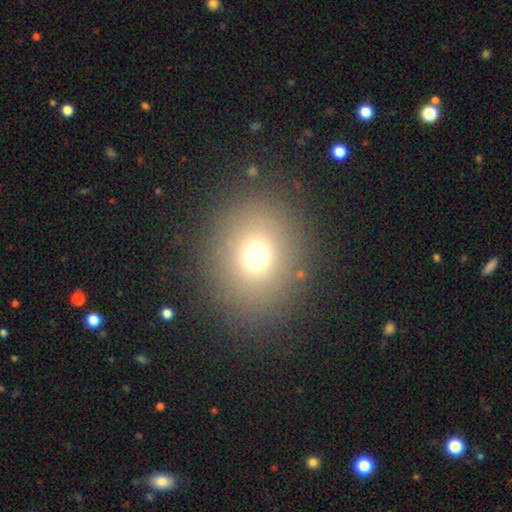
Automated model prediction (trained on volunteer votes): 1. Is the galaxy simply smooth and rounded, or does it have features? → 69% smooth, 19% star or artifact, 12% featured or disk.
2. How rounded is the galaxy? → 72% round, 27% in between, 1% cigar-shaped.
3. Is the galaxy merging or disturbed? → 85% none, 8% minor disturbance, 5% major disturbance, 2% merger.